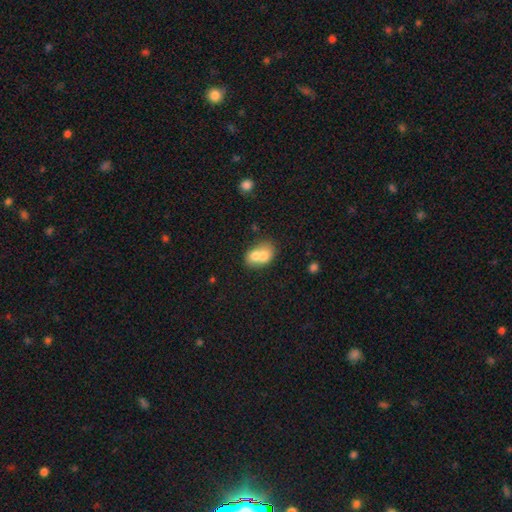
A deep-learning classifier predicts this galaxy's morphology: This is likely a smooth galaxy (68%). How rounded: likely in between (62%). Merging: likely merger (70%).